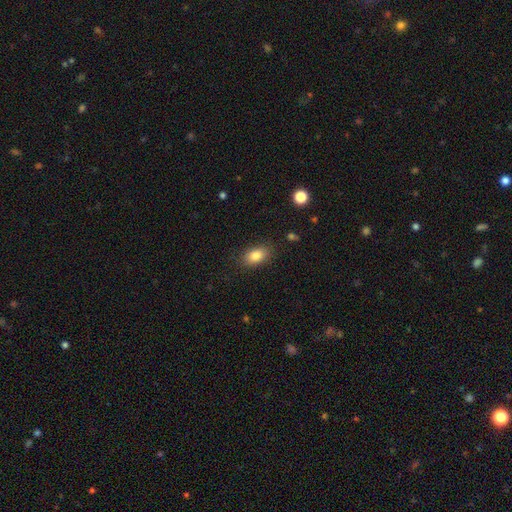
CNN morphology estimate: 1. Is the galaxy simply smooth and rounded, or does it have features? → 84% smooth, 8% star or artifact, 7% featured or disk.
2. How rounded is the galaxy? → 88% in between, 10% round, 2% cigar-shaped.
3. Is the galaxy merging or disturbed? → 85% none, 11% minor disturbance, 3% major disturbance, 1% merger.